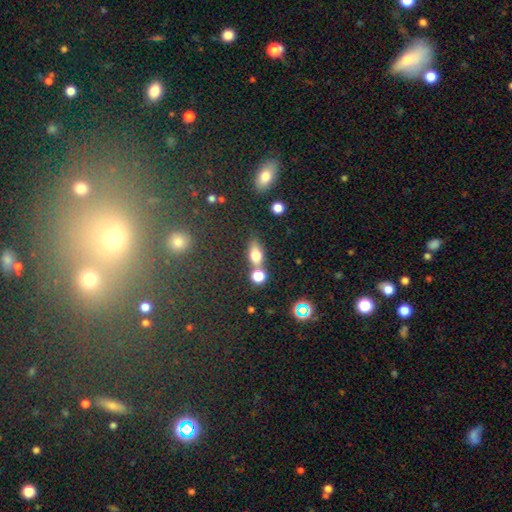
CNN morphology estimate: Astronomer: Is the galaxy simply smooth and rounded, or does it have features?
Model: smooth — 72%.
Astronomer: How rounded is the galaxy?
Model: in between — 68%.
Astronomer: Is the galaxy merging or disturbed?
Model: none — 53% (runner-up: merger, 29%).